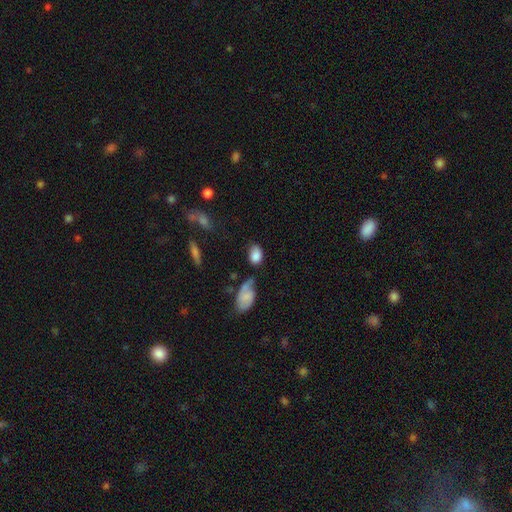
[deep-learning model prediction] Smooth or featured?
  - smooth: 82% *
  - featured or disk: 9%
  - star or artifact: 8%
How rounded?
  - in between: 84% *
  - round: 15%
  - cigar-shaped: 2%
Merging?
  - none: 50% *
  - minor disturbance: 27%
  - merger: 12%
  - major disturbance: 11%